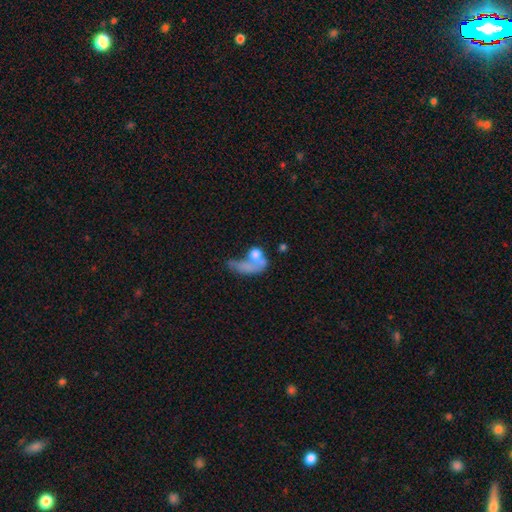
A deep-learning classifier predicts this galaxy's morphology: smooth_or_featured: smooth (p=0.59) [alt: featured or disk p=0.30]
how_rounded: in between (p=0.55) [alt: round p=0.39]
merging: merger (p=0.36) [alt: major disturbance p=0.35]